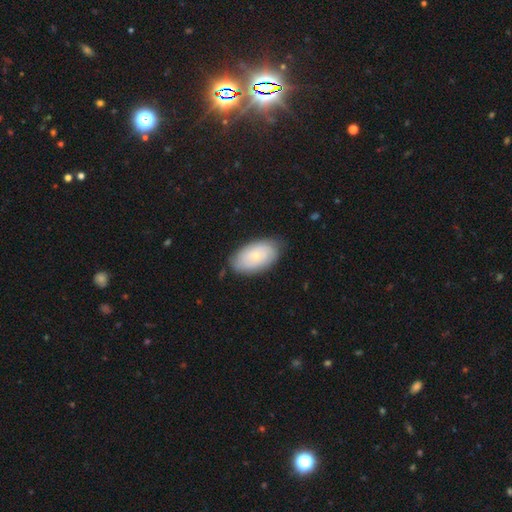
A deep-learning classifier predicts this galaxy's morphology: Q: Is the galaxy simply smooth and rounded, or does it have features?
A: smooth — 49%.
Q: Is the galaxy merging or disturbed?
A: none — 79%.